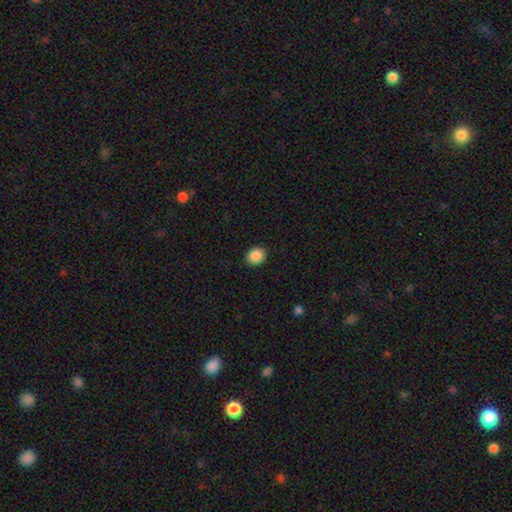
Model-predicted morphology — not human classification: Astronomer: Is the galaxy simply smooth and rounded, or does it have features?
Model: smooth — 89%.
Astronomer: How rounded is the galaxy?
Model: round — 68%.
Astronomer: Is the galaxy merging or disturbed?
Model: none — 91%.